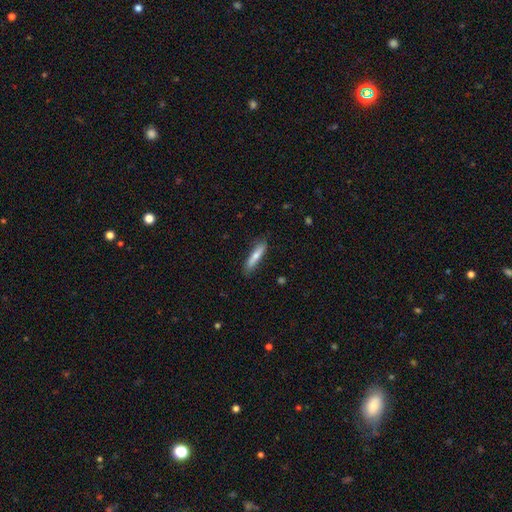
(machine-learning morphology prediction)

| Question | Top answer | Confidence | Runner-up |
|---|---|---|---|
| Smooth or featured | smooth | 63% | featured or disk (31%) |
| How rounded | cigar-shaped | 85% | in between (13%) |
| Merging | none | 84% | minor disturbance (12%) |